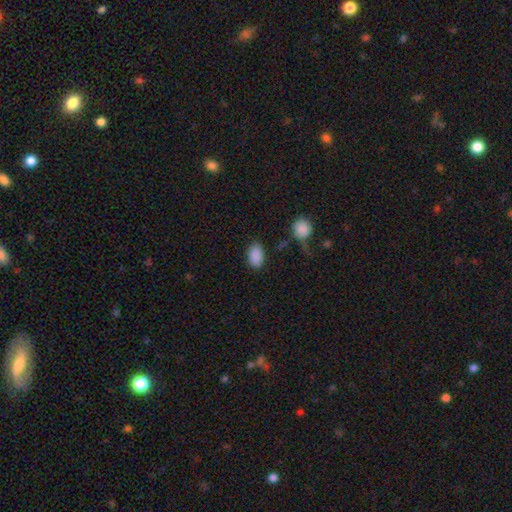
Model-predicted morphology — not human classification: A smooth galaxy with no disk features (89%) that is in between round and cigar-shaped (92%). Merging: none (83%).